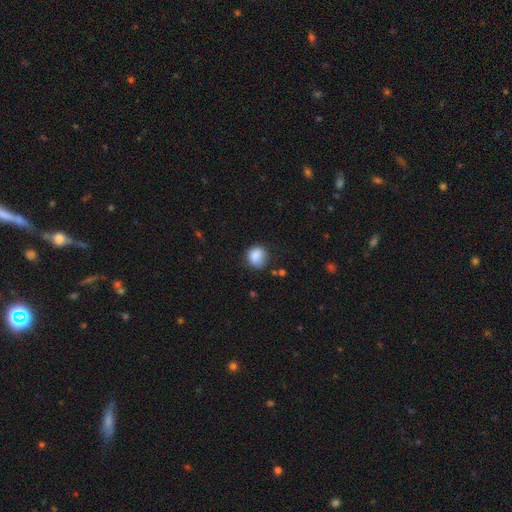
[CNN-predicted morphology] Q: Smooth or featured?
A: smooth (85%); runner-up: star or artifact (9%)
Q: How rounded?
A: round (71%); runner-up: in between (28%)
Q: Merging?
A: none (69%); runner-up: minor disturbance (23%)